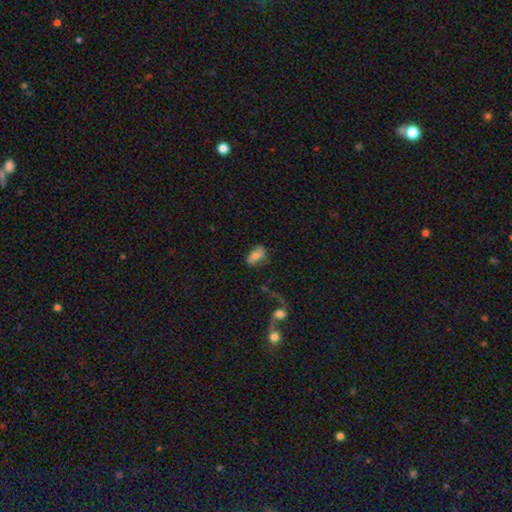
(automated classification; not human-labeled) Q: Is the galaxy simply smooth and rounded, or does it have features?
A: smooth — 63%.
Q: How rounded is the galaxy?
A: in between — 87%.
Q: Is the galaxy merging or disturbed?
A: none — 60%.